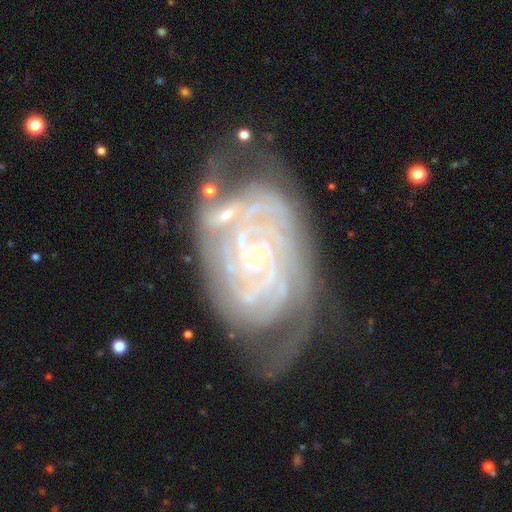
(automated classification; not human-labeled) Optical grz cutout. It shows a featured or disk galaxy (90%) with no bar (71%), tight (80%) spiral arms (98%) and a small central bulge (85%). Merging: none (53%).